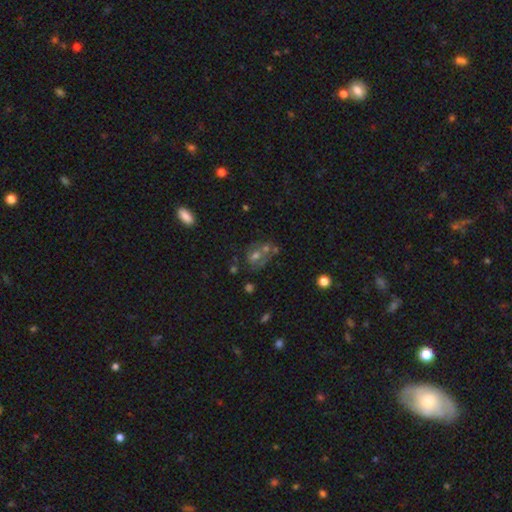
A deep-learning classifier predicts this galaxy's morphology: A smooth galaxy with no disk features (35%, tied with star or artifact). Merging: none (50%).